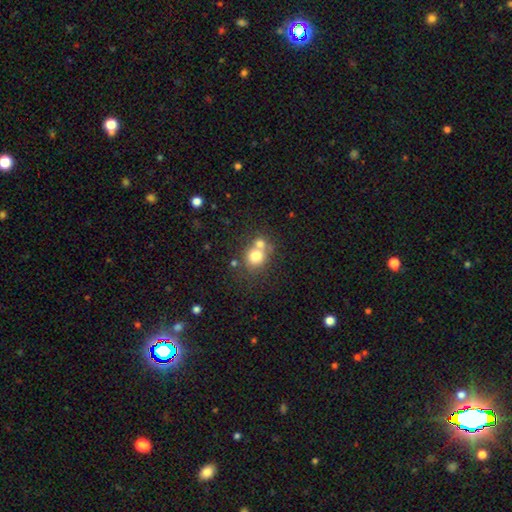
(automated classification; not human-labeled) A smooth galaxy with no disk features (73%) that is round (76%). Merging: merger (47%).